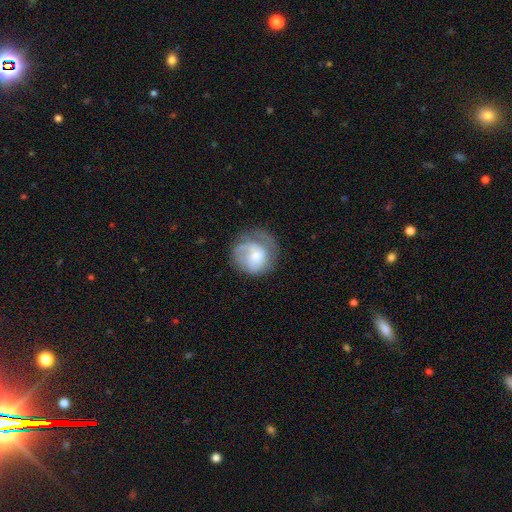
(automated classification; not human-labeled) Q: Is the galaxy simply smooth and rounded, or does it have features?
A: featured or disk — 47%.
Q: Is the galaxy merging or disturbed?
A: none — 46%.